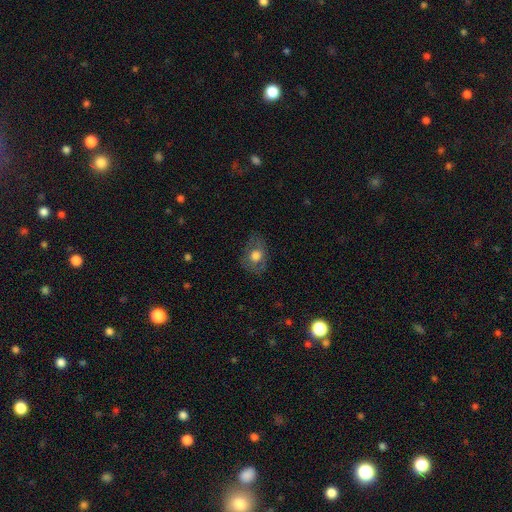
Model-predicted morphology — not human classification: Smooth or featured?
  - smooth: 63% *
  - featured or disk: 27%
  - star or artifact: 9%
How rounded?
  - in between: 56% *
  - round: 42%
  - cigar-shaped: 1%
Merging?
  - none: 71% *
  - minor disturbance: 19%
  - major disturbance: 9%
  - merger: 1%